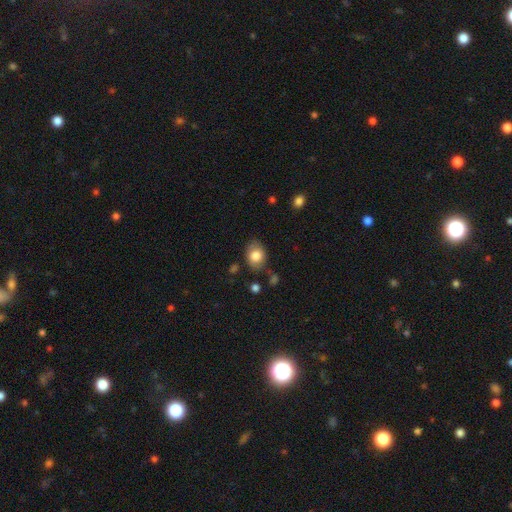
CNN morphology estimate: Smooth or featured?
  - smooth: 81% *
  - featured or disk: 11%
  - star or artifact: 8%
How rounded?
  - in between: 65% *
  - round: 34%
  - cigar-shaped: 1%
Merging?
  - none: 74% *
  - minor disturbance: 18%
  - major disturbance: 5%
  - merger: 3%